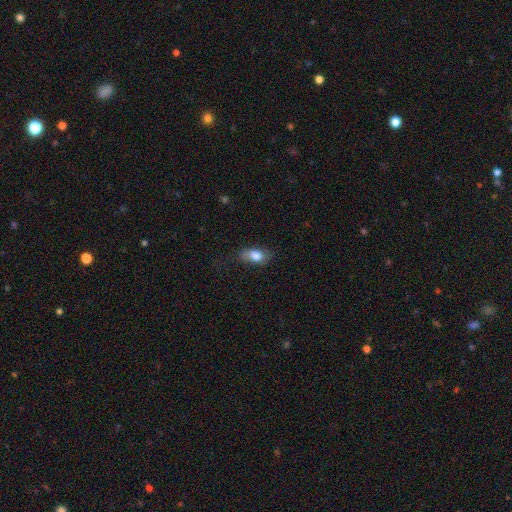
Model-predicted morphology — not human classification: This appears to be a smooth galaxy with no disk features (81%) that is in between round and cigar-shaped (85%). Merging: none (64%).